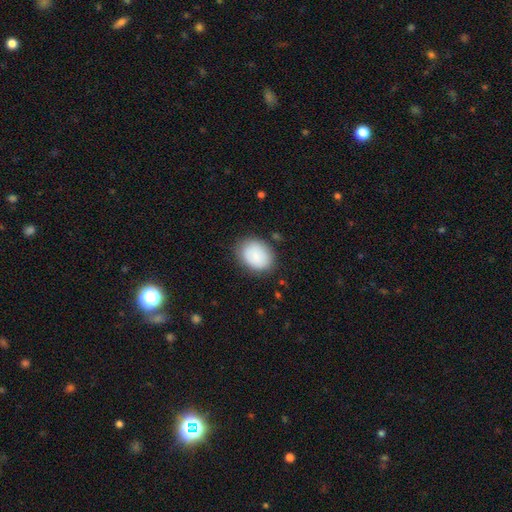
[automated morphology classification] The model was most divided on "how rounded": in between: 63%, round: 36%, cigar-shaped: 1%. More confident: smooth or featured — smooth (86%); merging — none (80%).